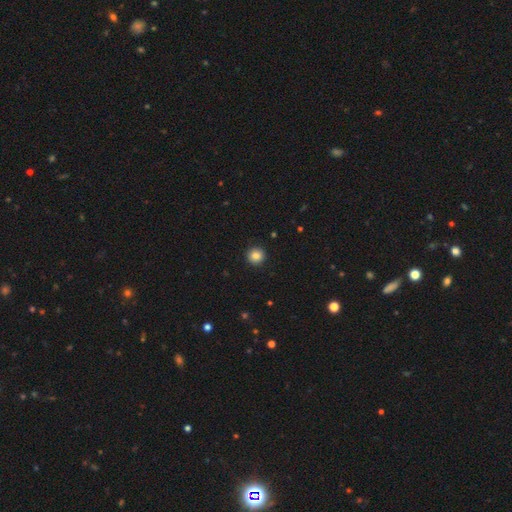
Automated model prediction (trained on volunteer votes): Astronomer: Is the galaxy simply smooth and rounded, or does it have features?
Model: smooth — 85%.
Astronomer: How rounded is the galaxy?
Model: round — 94%.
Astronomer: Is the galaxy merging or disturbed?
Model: none — 93%.